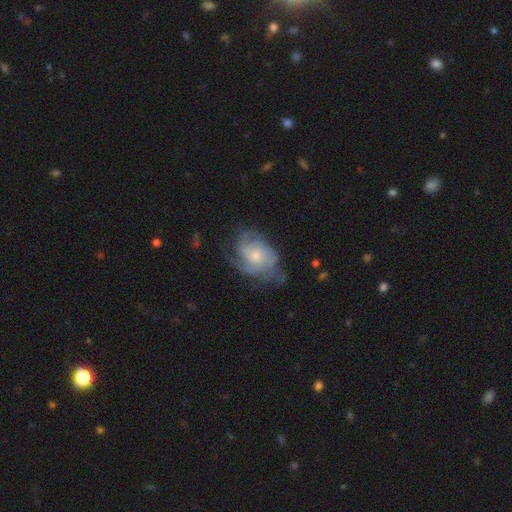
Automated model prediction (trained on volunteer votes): The model was most divided on "spiral arm count": 3: 31%, can't tell: 27%, 2: 16%, 4: 15%, 1: 6%, more than 4: 5%. Remaining: edge-on disk — no (97%); spiral arms — yes (93%); smooth or featured — featured or disk (78%); bar — no (76%); merging — none (58%); bulge size — moderate (48%); spiral winding — tight (45%).